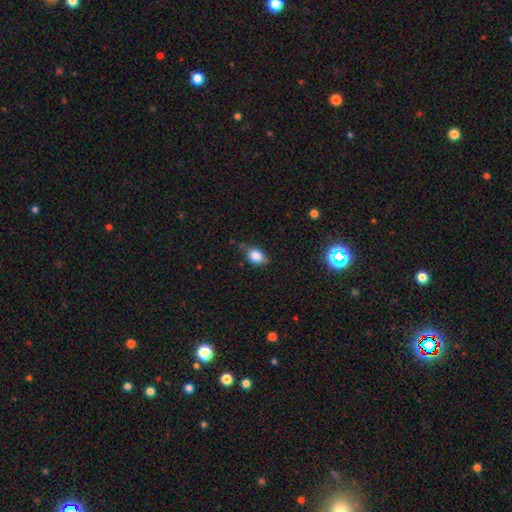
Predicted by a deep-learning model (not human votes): Morphology: type=smooth (84%); roundness=in between (72%); merging=none (72%).